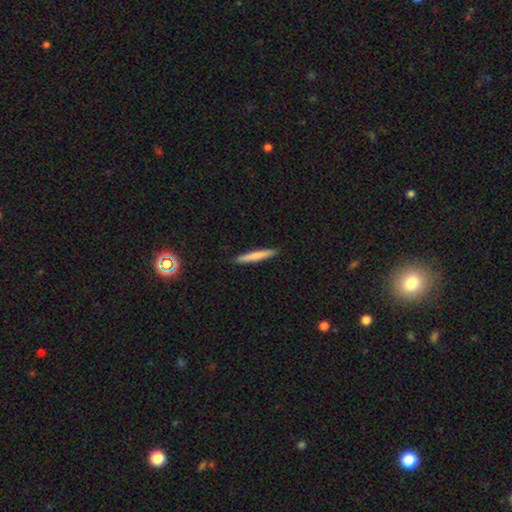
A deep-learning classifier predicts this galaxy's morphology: A smooth galaxy with no disk features (73%) that is cigar-shaped (96%). Merging: none (91%).